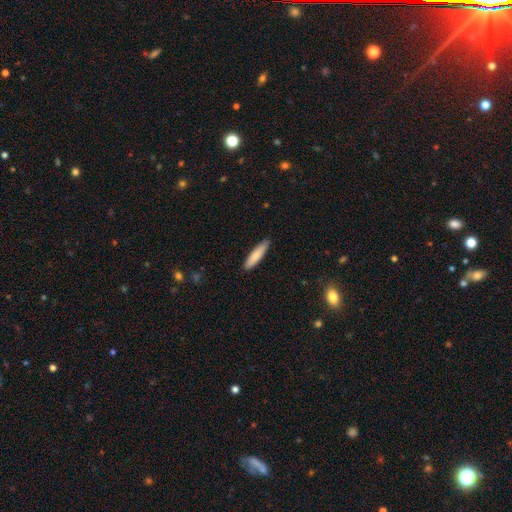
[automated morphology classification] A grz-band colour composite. It shows a smooth galaxy with no disk features (83%) that is cigar-shaped (79%). Merging: none (89%).